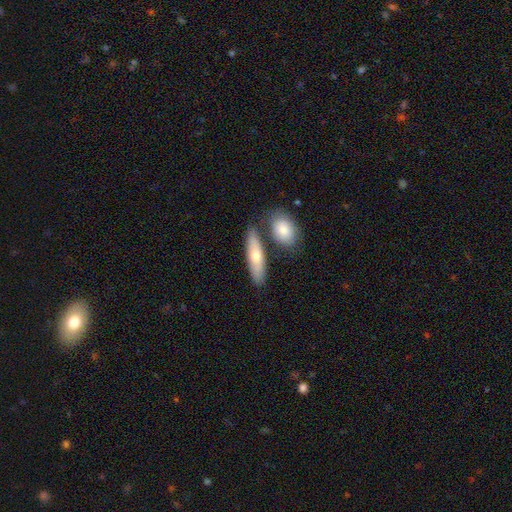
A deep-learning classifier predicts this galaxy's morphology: A smooth galaxy with no disk features (64%) that is cigar-shaped (54%). Merging: none (71%).